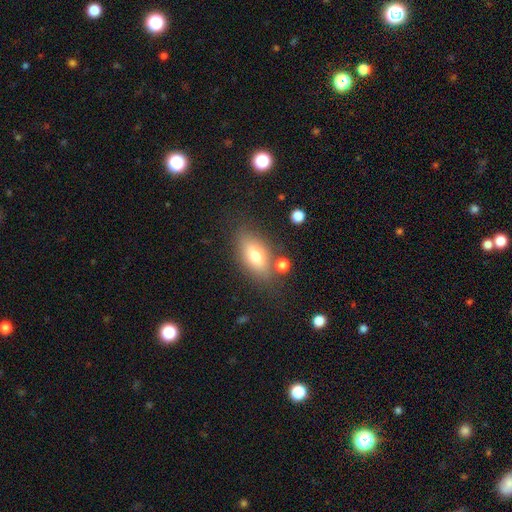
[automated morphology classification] Smooth or featured? Predicted: smooth (p=0.73). How rounded? Predicted: in between (p=0.84). Merging? Predicted: none (p=0.73).